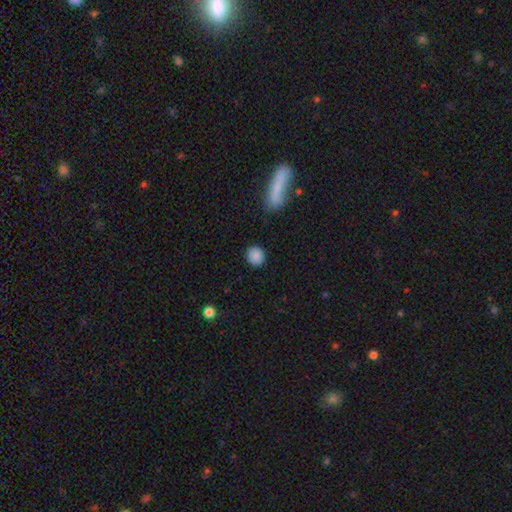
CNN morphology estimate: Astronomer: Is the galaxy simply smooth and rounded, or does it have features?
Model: smooth — 86%.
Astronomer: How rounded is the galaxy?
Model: round — 82%.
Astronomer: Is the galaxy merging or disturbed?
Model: none — 88%.